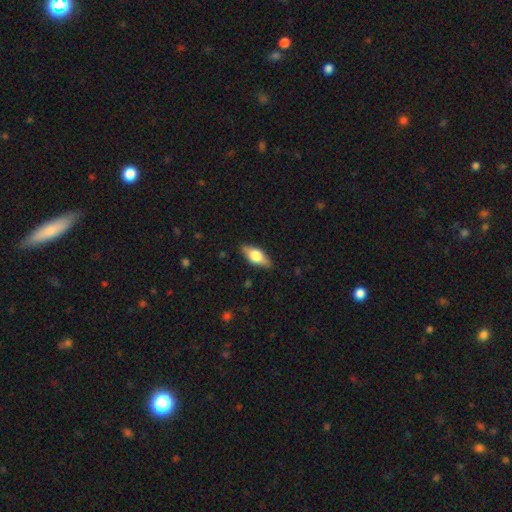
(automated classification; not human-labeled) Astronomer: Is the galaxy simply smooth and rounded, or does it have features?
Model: smooth — 55% (runner-up: featured or disk, 38%).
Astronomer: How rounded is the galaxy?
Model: in between — 79%.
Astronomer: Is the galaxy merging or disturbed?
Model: none — 86%.